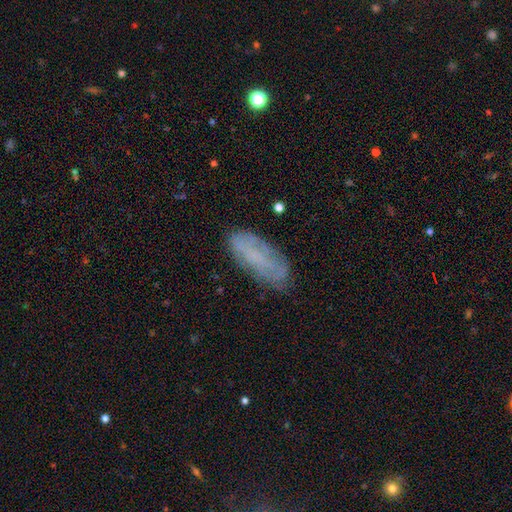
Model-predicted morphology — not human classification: type=smooth (52%); roundness=in between (72%); merging=none (74%).